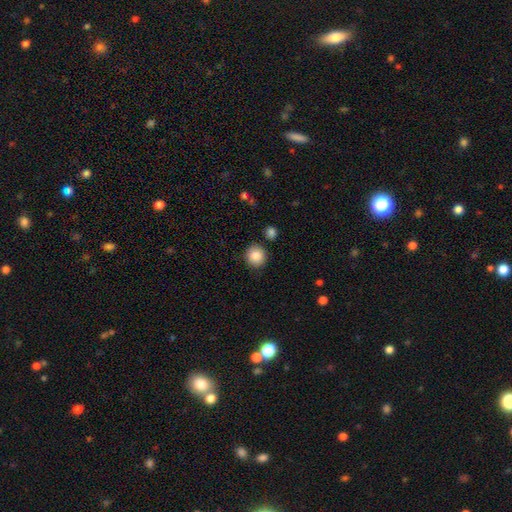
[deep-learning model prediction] Smooth or featured?
  - smooth: 86% *
  - star or artifact: 9%
  - featured or disk: 5%
How rounded?
  - round: 90% *
  - in between: 9%
  - cigar-shaped: 1%
Merging?
  - none: 88% *
  - minor disturbance: 7%
  - merger: 3%
  - major disturbance: 2%